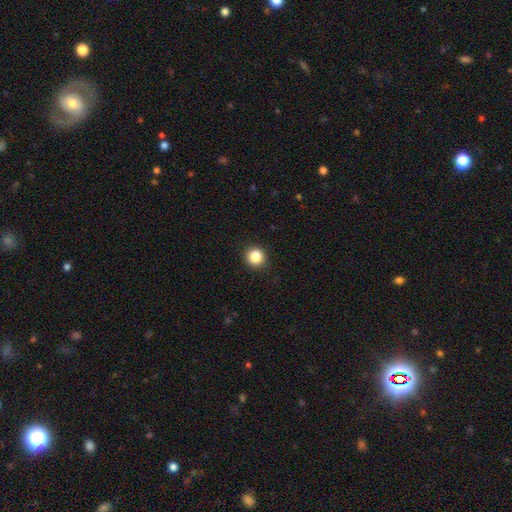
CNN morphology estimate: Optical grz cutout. It shows a smooth galaxy with no disk features (86%) that is round (90%). Merging: none (91%).